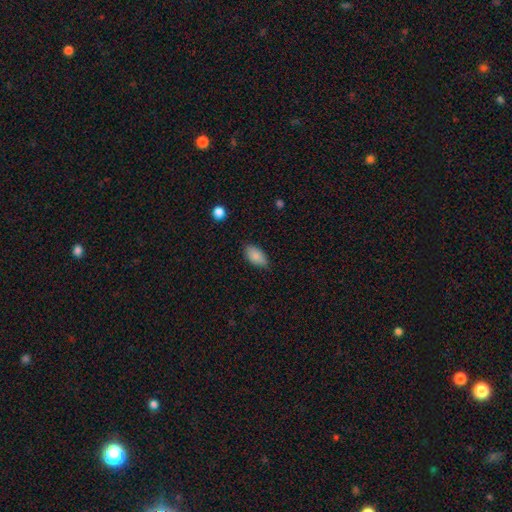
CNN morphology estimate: type=smooth (86%); roundness=in between (93%); merging=none (80%).